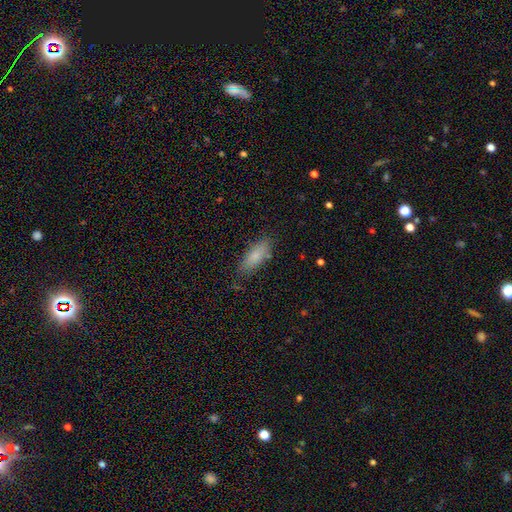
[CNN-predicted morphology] The model was most divided on "how rounded": in between: 68%, cigar-shaped: 30%, round: 2%. More confident: smooth or featured — smooth (81%); merging — none (80%).